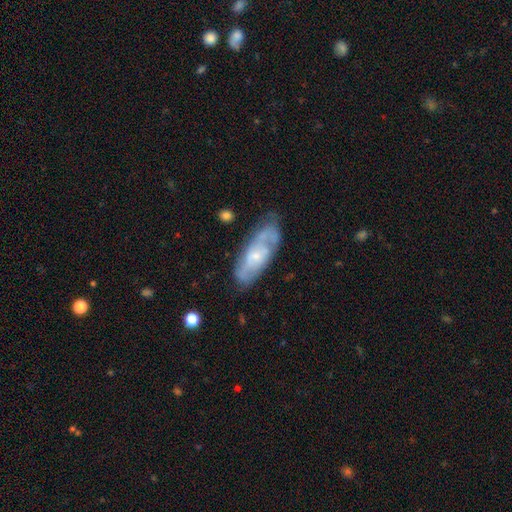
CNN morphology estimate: This is likely a featured or disk galaxy (65%). It is clearly not viewed edge-on (87%). Bar: likely no (67%). Spiral arm pattern: likely yes (77%). Central bulge: likely small (62%). Merging: likely none (62%).